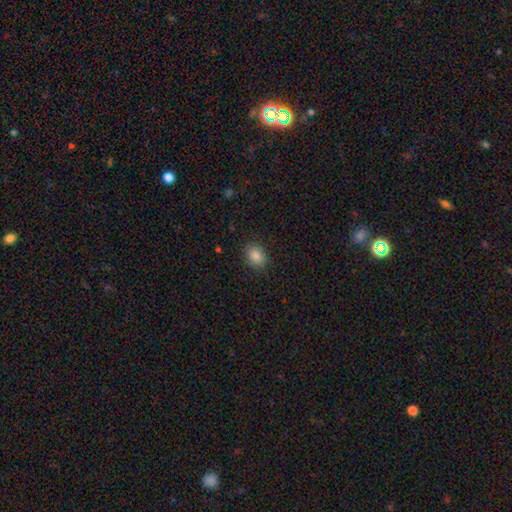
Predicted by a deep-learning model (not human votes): smooth 86%, star or artifact 9%, featured or disk 4%. Down the decision tree: how rounded — in between (66%); merging — none (88%).